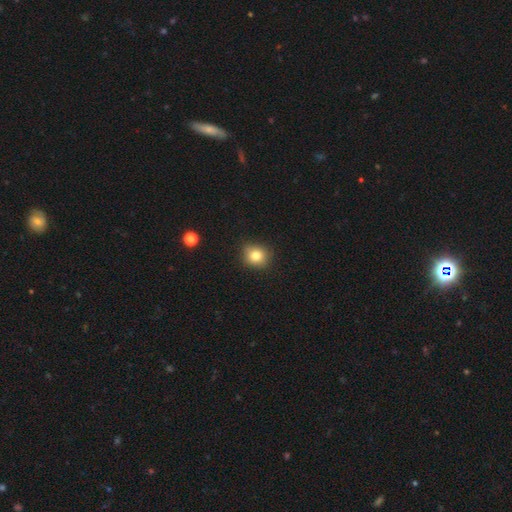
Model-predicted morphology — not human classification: smooth 80%, star or artifact 12%, featured or disk 8%. Down the decision tree: how rounded — round (82%); merging — none (85%).